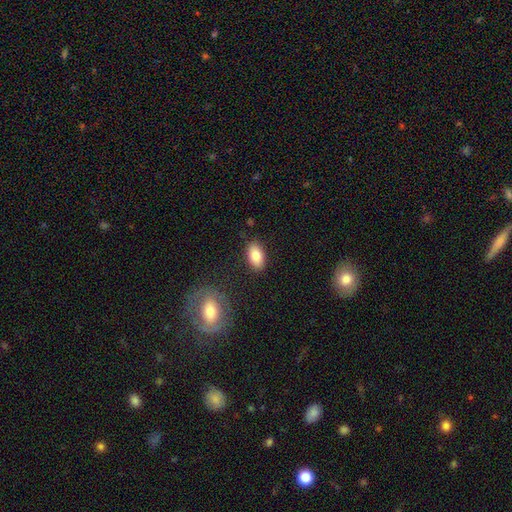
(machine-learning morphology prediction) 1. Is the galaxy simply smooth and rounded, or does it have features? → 84% smooth, 8% featured or disk, 7% star or artifact.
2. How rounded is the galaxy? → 93% in between, 5% round, 2% cigar-shaped.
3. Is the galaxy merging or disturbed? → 86% none, 10% minor disturbance, 2% major disturbance, 2% merger.